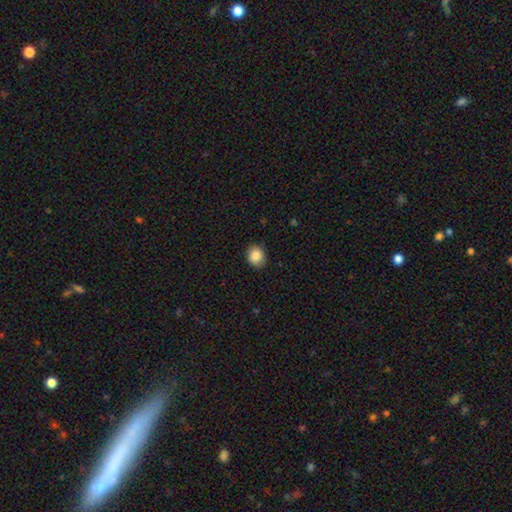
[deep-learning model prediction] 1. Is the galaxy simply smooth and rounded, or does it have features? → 88% smooth, 9% star or artifact, 4% featured or disk.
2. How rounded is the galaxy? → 70% round, 29% in between, 1% cigar-shaped.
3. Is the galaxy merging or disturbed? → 86% none, 11% minor disturbance, 2% major disturbance, 1% merger.